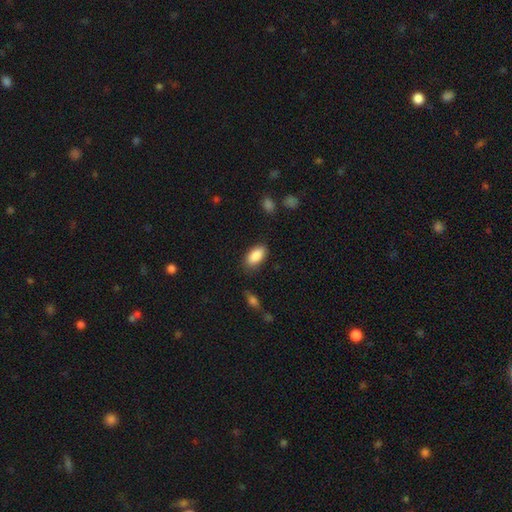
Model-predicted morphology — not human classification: Smooth or featured: smooth — 88% (star or artifact — 7%)
How rounded: in between — 92% (cigar-shaped — 5%)
Merging: none — 81% (minor disturbance — 13%)